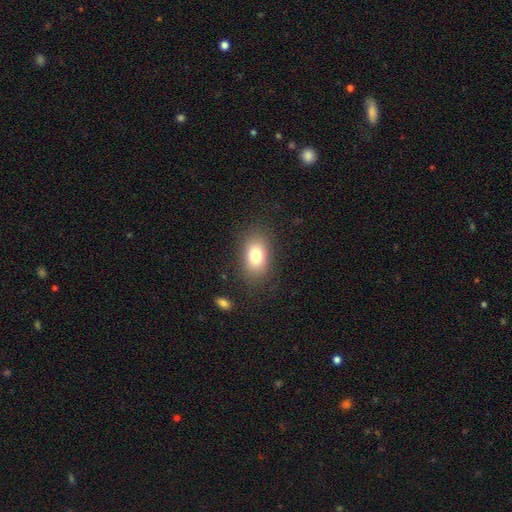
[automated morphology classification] This appears to be a smooth galaxy with no disk features (78%) that is in between round and cigar-shaped (84%). Merging: none (82%).